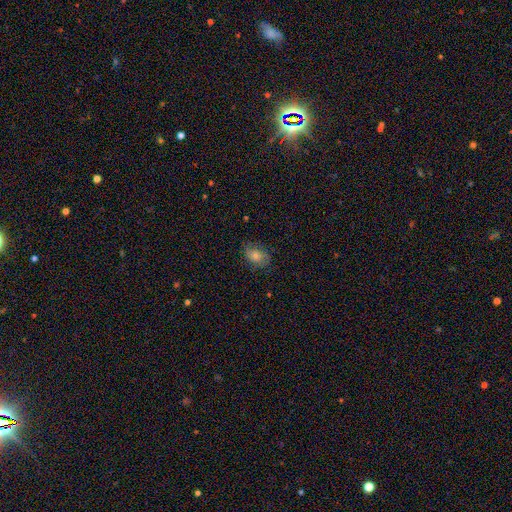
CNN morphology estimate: Smooth or featured: smooth — 72% (featured or disk — 19%)
How rounded: in between — 76% (round — 22%)
Merging: none — 72% (minor disturbance — 21%)